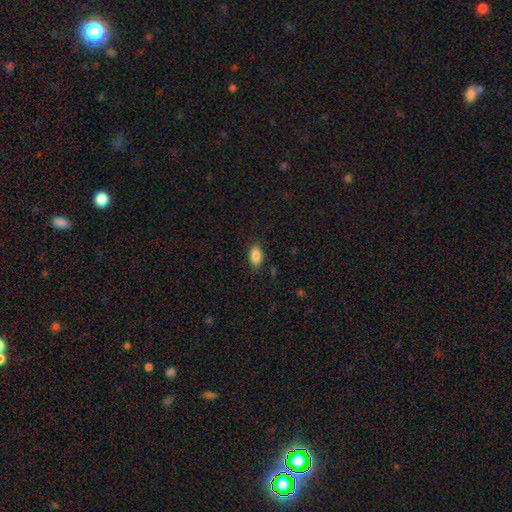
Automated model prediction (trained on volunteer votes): The model was most divided on "merging": none: 85%, minor disturbance: 11%, major disturbance: 3%, merger: 1%. More confident: how rounded — in between (91%); smooth or featured — smooth (86%).